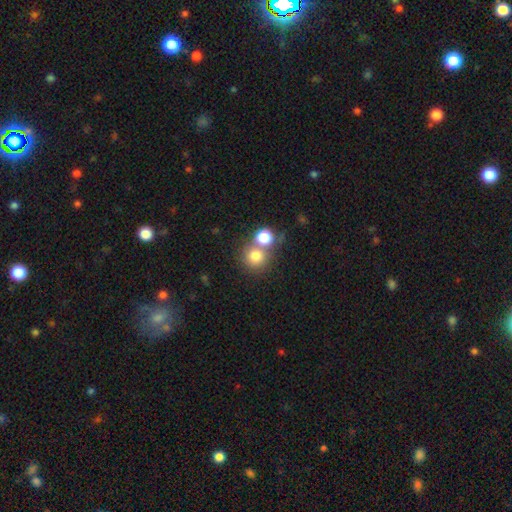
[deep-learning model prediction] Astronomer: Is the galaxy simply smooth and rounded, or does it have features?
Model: smooth — 77%.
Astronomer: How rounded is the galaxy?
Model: round — 88%.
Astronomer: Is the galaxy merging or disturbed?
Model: none — 47% (runner-up: merger, 42%).